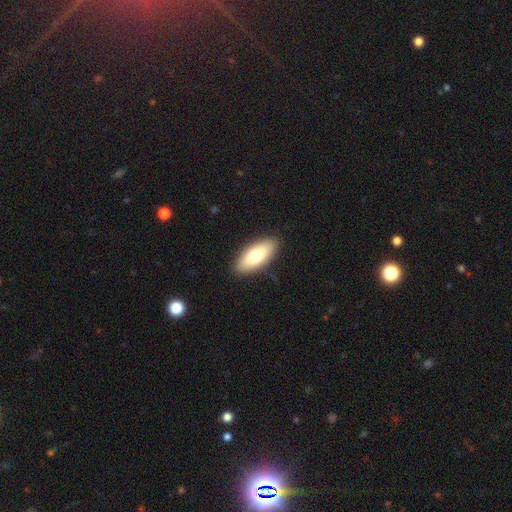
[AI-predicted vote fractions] Overall: smooth (75%). How rounded: in between (82%). Merging: none (89%).